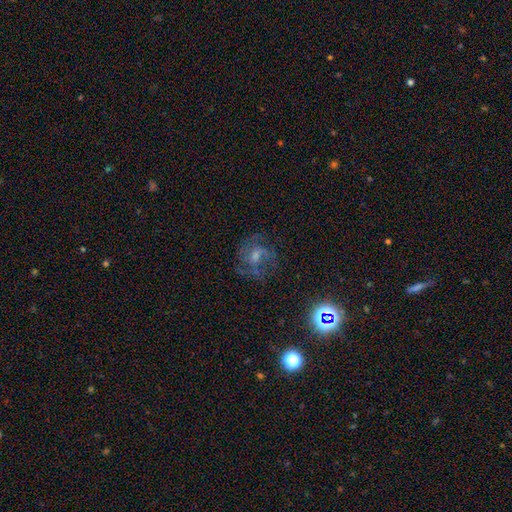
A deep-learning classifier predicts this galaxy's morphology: smooth_or_featured: featured or disk (p=0.63) [alt: star or artifact p=0.22]
disk_edge_on: no (p=0.97) [alt: yes p=0.03]
bar: no (p=0.45) [alt: weak p=0.44]
has_spiral_arms: yes (p=0.89) [alt: no p=0.11]
spiral_winding: medium (p=0.48) [alt: tight p=0.38]
spiral_arm_count: 2 (p=0.30) [tied with: can't tell p=0.30]
bulge_size: moderate (p=0.45) [alt: small p=0.42]
merging: none (p=0.71) [alt: minor disturbance p=0.15]